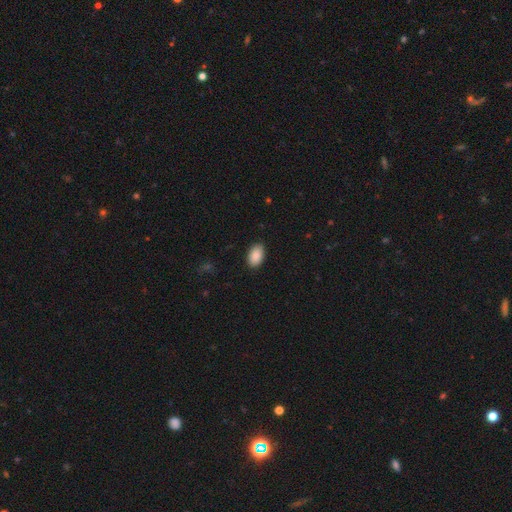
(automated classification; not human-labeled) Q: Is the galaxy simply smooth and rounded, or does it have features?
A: smooth — 90%.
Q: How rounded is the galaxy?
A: in between — 92%.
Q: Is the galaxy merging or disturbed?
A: none — 88%.